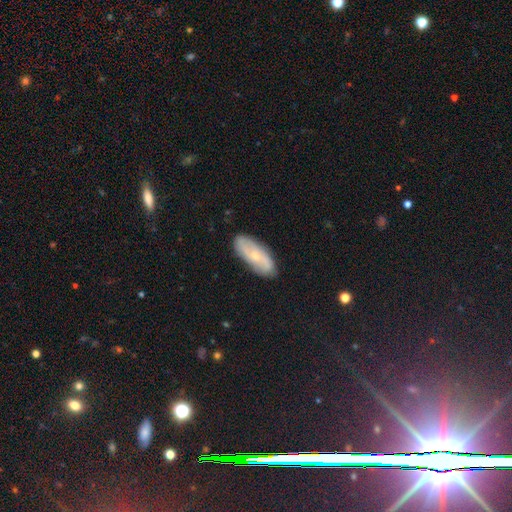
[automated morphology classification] type=featured or disk (52%); edge-on=no (84%); merging=none (83%).